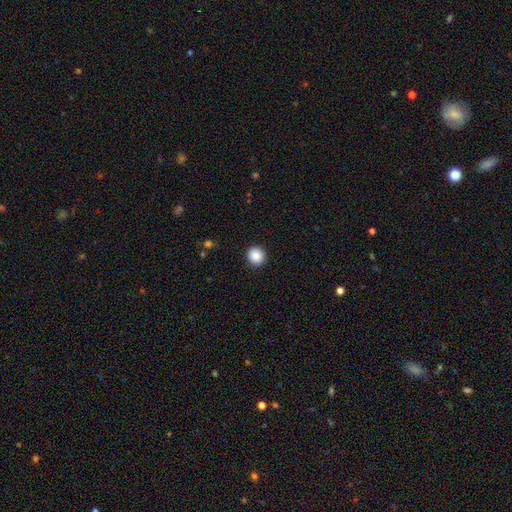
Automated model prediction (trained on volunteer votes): A smooth galaxy with no disk features (88%) that is round (91%).

Vote fractions:
- Smooth or featured? smooth: 88% / star or artifact: 9% / featured or disk: 3%
- How rounded? round: 91% / in between: 8% / cigar-shaped: 1%
- Merging? none: 91% / minor disturbance: 6% / major disturbance: 2% / merger: 1%